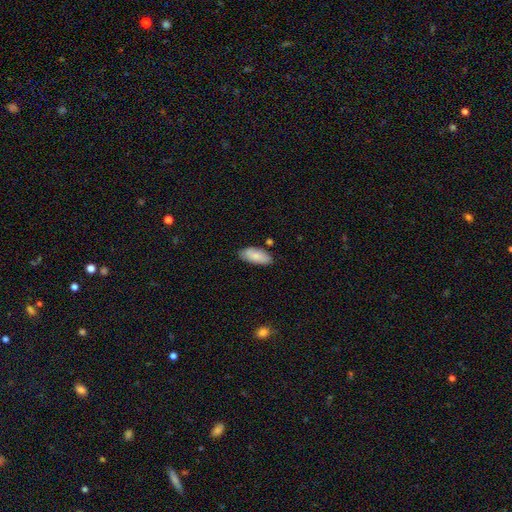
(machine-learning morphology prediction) Overall: smooth (82%). How rounded: in between (88%). Merging: none (76%).